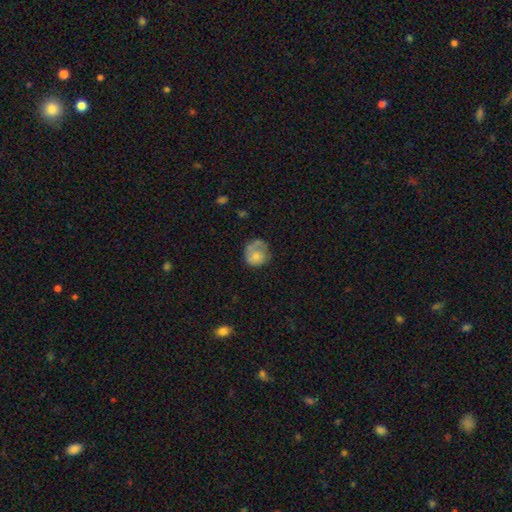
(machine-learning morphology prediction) Q: Smooth or featured?
A: smooth (64%); runner-up: featured or disk (29%)
Q: How rounded?
A: round (78%); runner-up: in between (21%)
Q: Merging?
A: none (46%); runner-up: minor disturbance (27%)